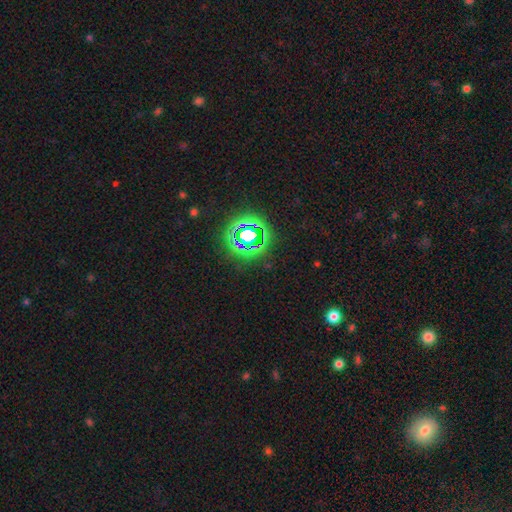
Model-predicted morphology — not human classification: Smooth or featured: star or artifact — 81% (smooth — 13%)